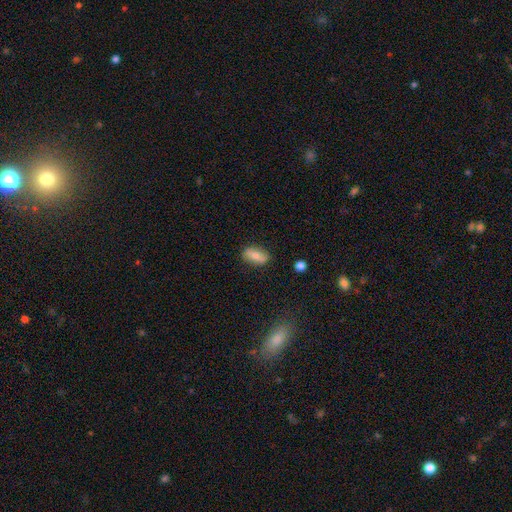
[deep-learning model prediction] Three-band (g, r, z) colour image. It shows a smooth galaxy with no disk features (69%) that is in between round and cigar-shaped (83%). Merging: none (83%).